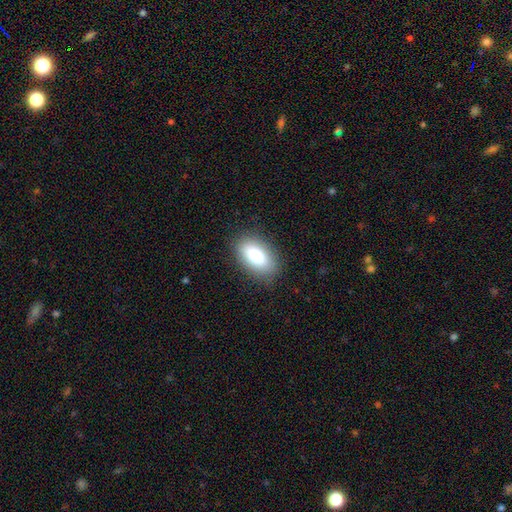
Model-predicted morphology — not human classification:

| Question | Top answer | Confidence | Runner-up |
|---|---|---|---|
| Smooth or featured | smooth | 80% | featured or disk (12%) |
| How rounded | in between | 91% | round (5%) |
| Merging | none | 86% | minor disturbance (10%) |